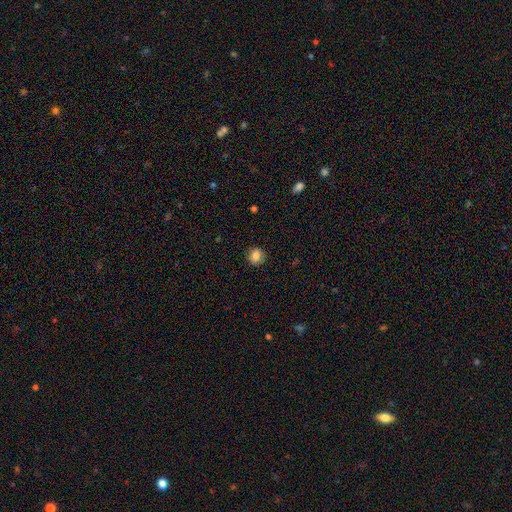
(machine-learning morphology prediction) The model was most divided on "how rounded": round: 73%, in between: 26%, cigar-shaped: 1%. More confident: merging — none (85%); smooth or featured — smooth (83%).